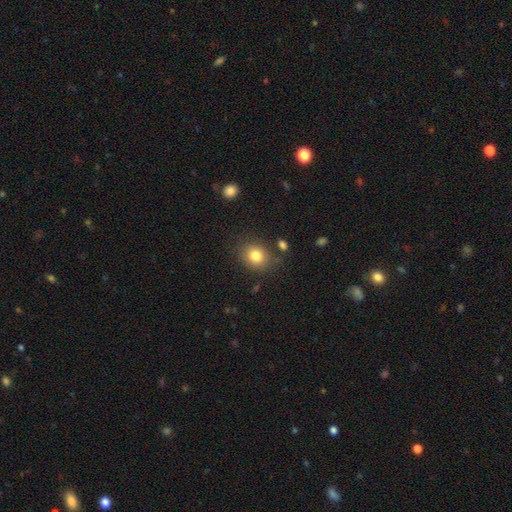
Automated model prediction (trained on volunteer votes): A smooth galaxy with no disk features (82%) that is round (67%).

Vote fractions:
- Smooth or featured? smooth: 82% / star or artifact: 11% / featured or disk: 8%
- How rounded? round: 67% / in between: 32% / cigar-shaped: 1%
- Merging? none: 80% / minor disturbance: 12% / major disturbance: 4% / merger: 3%